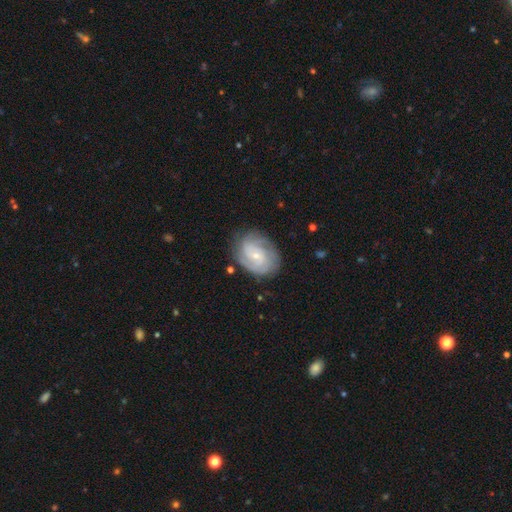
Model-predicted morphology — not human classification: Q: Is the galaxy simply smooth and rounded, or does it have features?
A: featured or disk — 83%.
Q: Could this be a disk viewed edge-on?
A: no — 98%.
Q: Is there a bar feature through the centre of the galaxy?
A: no — 58%.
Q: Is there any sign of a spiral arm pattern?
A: yes — 96%.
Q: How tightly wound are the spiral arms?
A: tight — 63%.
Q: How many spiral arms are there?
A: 2 — 36%.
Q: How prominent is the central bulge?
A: small — 76%.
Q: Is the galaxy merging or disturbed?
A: none — 77%.